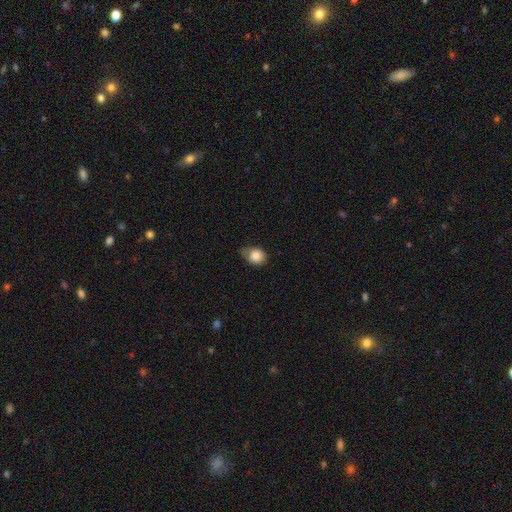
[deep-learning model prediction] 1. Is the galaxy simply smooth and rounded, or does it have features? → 84% smooth, 8% star or artifact, 7% featured or disk.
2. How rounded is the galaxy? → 50% round, 49% in between, 1% cigar-shaped.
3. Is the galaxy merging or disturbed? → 46% none, 42% minor disturbance, 10% major disturbance, 2% merger.